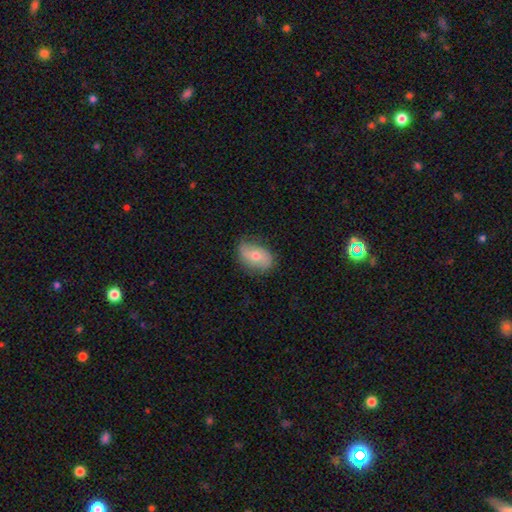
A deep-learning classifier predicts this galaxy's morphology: A smooth galaxy with no disk features (54%) that is in between round and cigar-shaped (84%).

Vote fractions:
- Smooth or featured? smooth: 54% / featured or disk: 39% / star or artifact: 7%
- How rounded? in between: 84% / round: 14% / cigar-shaped: 2%
- Merging? none: 71% / minor disturbance: 23% / major disturbance: 5% / merger: 1%